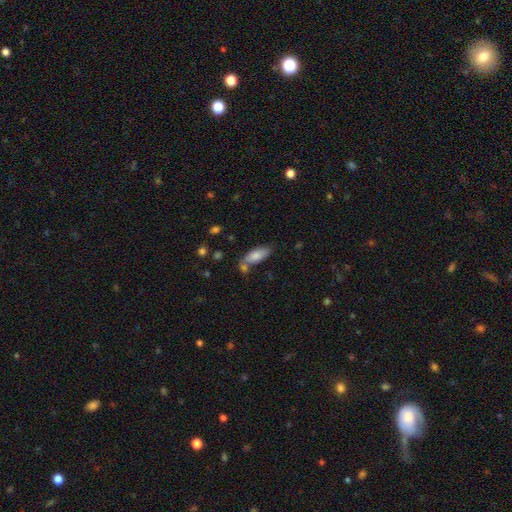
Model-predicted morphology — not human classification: Overall: smooth (80%). How rounded: in between (77%). Merging: none (57%; merger 20%).